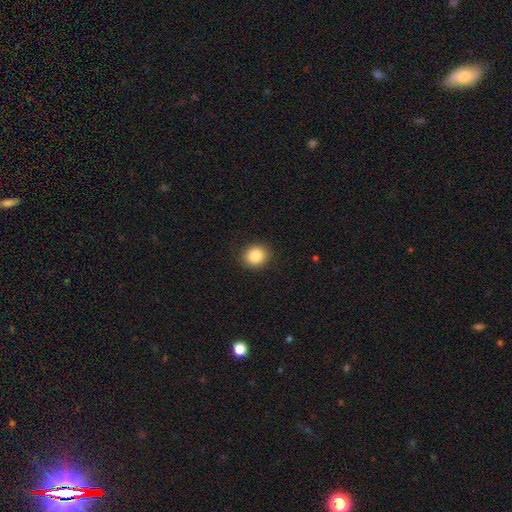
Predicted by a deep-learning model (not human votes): Smooth or featured?
  - smooth: 85% *
  - star or artifact: 10%
  - featured or disk: 5%
How rounded?
  - round: 76% *
  - in between: 23%
  - cigar-shaped: 1%
Merging?
  - none: 90% *
  - minor disturbance: 7%
  - major disturbance: 2%
  - merger: 1%